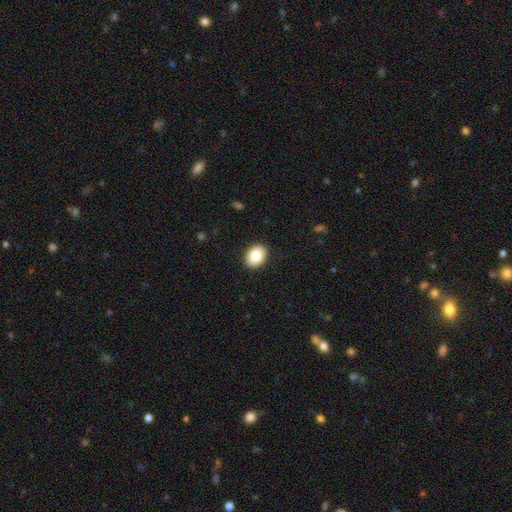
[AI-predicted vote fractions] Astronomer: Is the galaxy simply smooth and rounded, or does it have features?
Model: smooth — 87%.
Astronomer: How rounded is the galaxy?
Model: in between — 70%.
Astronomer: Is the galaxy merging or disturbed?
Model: none — 90%.